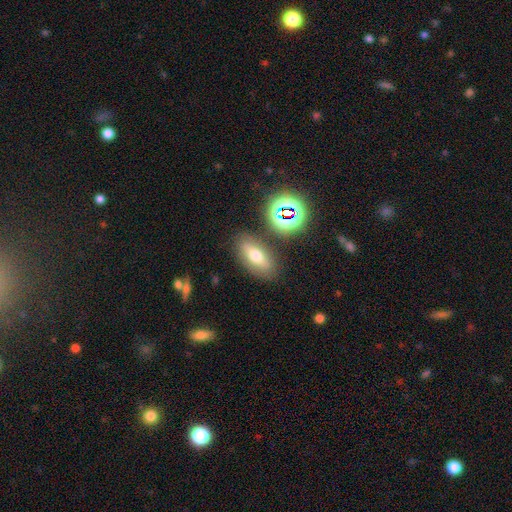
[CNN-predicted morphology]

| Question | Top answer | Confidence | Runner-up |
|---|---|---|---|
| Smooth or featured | smooth | 61% | featured or disk (23%) |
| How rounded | in between | 74% | cigar-shaped (17%) |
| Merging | none | 80% | minor disturbance (11%) |